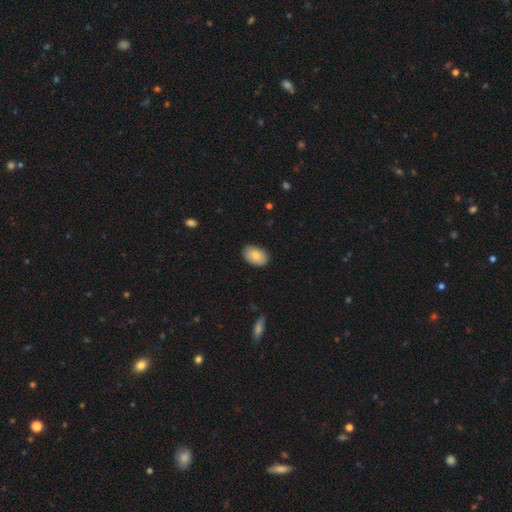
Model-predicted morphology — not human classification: smooth-or-featured: smooth: 79% | featured or disk: 15% | star or artifact: 7%
  how-rounded: in between: 91% | round: 8% | cigar-shaped: 1%
  merging: none: 85% | minor disturbance: 12% | major disturbance: 2% | merger: 1%